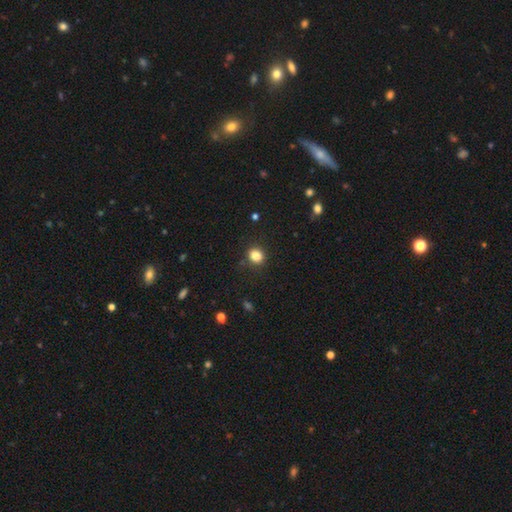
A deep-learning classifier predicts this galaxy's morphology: This is clearly a smooth galaxy (85%). How rounded: likely round (60%). Merging: clearly none (86%).